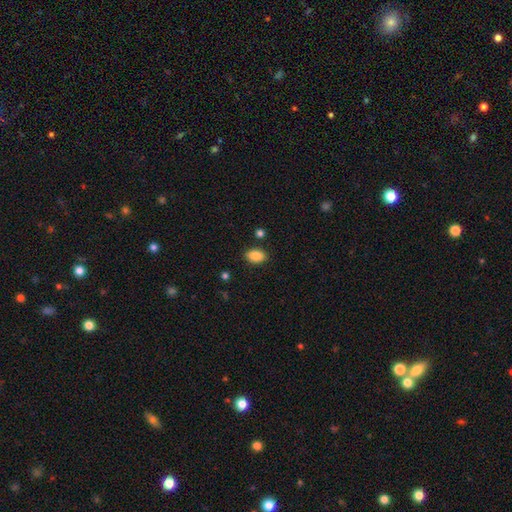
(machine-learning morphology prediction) smooth_or_featured: smooth (p=0.88) [alt: star or artifact p=0.08]
how_rounded: in between (p=0.89) [alt: round p=0.09]
merging: none (p=0.86) [alt: minor disturbance p=0.09]